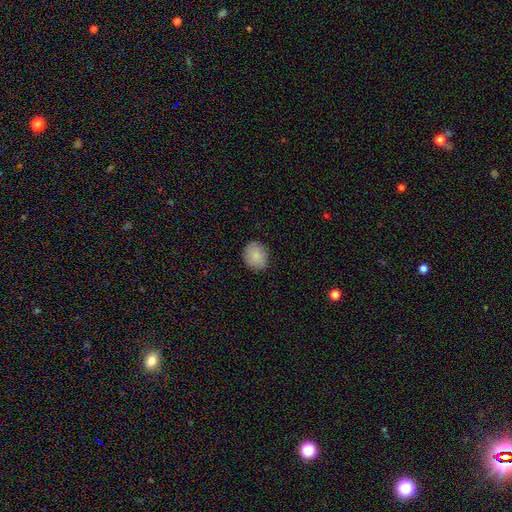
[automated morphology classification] Smooth or featured? smooth (87%)
How rounded? round (58%)
Merging? none (87%)